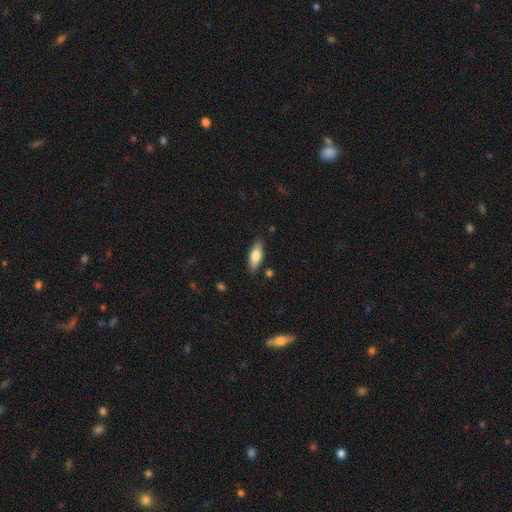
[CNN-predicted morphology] smooth_or_featured: smooth (p=0.73) [alt: featured or disk p=0.21]
how_rounded: in between (p=0.67) [alt: cigar-shaped p=0.30]
merging: none (p=0.84) [alt: minor disturbance p=0.12]